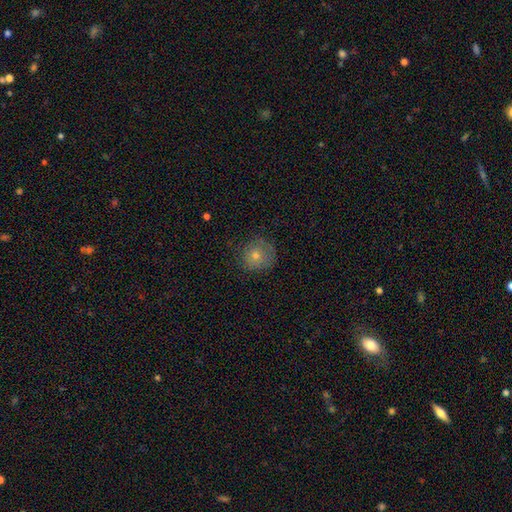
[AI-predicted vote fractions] Q: Smooth or featured?
A: smooth (64%); runner-up: featured or disk (20%)
Q: How rounded?
A: round (90%); runner-up: in between (9%)
Q: Merging?
A: none (77%); runner-up: minor disturbance (16%)